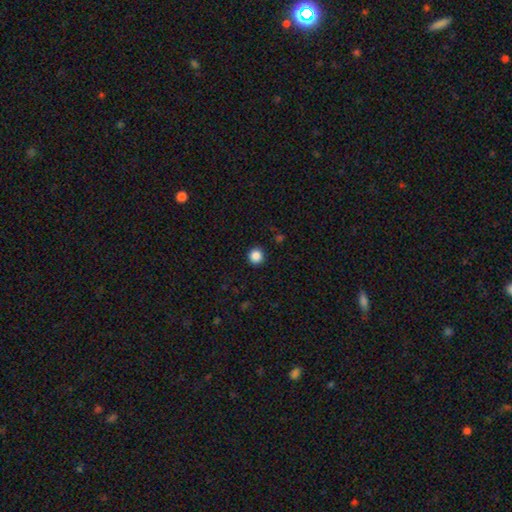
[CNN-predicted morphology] Smooth or featured?
  - smooth: 86% *
  - star or artifact: 11%
  - featured or disk: 3%
How rounded?
  - round: 95% *
  - in between: 4%
  - cigar-shaped: 1%
Merging?
  - none: 92% *
  - minor disturbance: 5%
  - major disturbance: 2%
  - merger: 1%